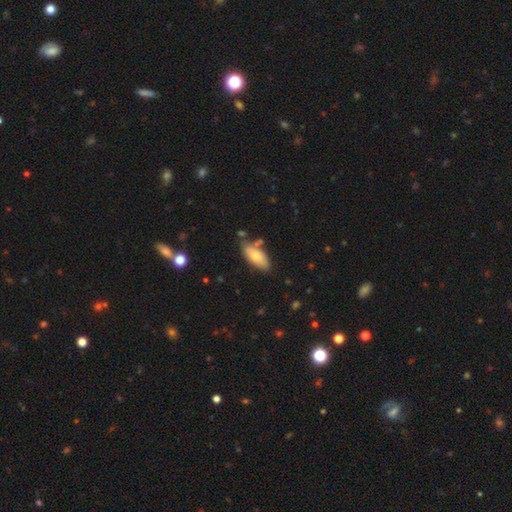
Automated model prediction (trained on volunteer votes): This is likely a smooth galaxy (74%). How rounded: clearly in between (84%). Merging: likely none (72%).